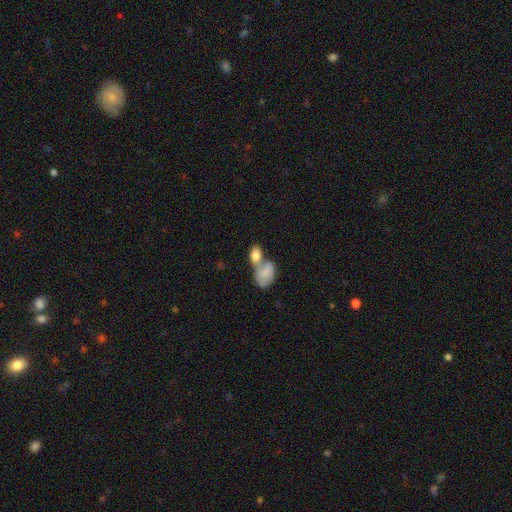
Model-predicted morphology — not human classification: Smooth or featured: smooth — 78% (featured or disk — 15%)
How rounded: in between — 86% (round — 12%)
Merging: merger — 66% (none — 20%)